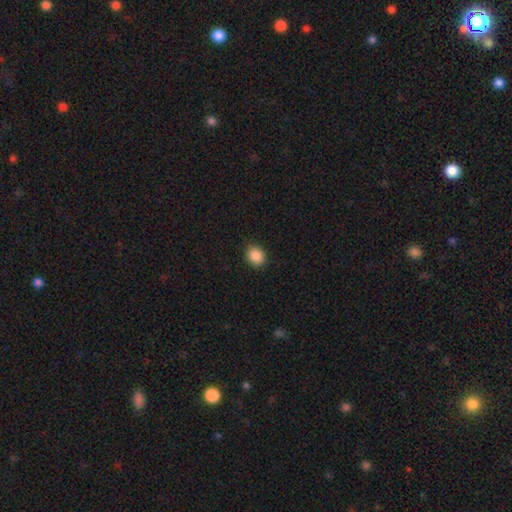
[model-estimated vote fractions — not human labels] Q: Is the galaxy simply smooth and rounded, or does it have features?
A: smooth — 87%.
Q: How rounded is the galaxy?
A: round — 59%.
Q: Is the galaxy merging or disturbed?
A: none — 89%.